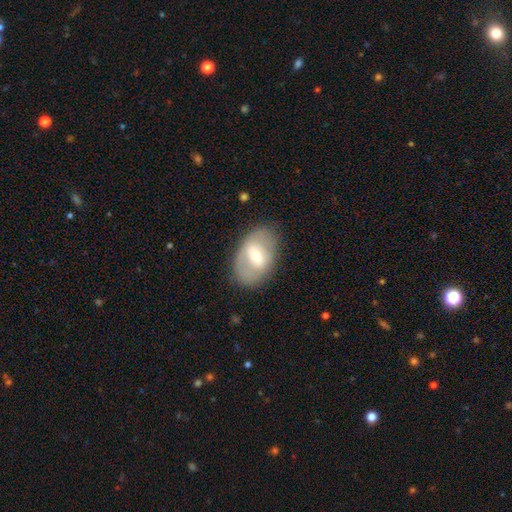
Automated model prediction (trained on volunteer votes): Smooth or featured? Predicted: featured or disk (p=0.51). Edge-on disk? Predicted: no (p=0.91). Merging? Predicted: none (p=0.77).